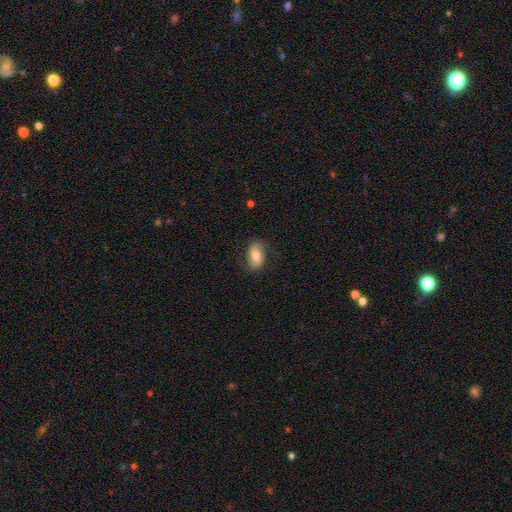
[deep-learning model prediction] The model was most divided on "smooth or featured": smooth: 67%, featured or disk: 26%, star or artifact: 7%. More confident: how rounded — in between (89%); merging — none (76%).